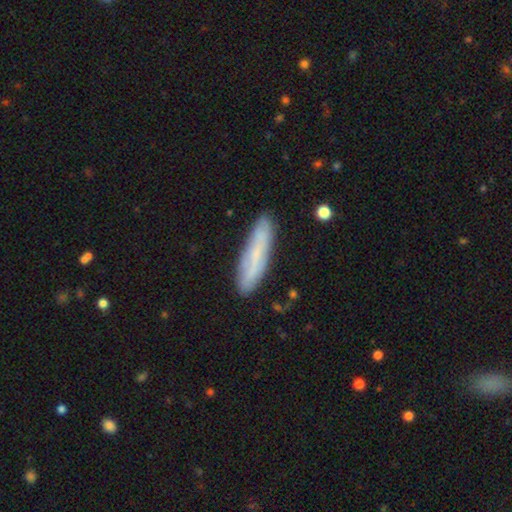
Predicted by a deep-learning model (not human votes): smooth 62%, featured or disk 31%, star or artifact 7%. Down the decision tree: how rounded — cigar-shaped (80%); merging — none (84%).